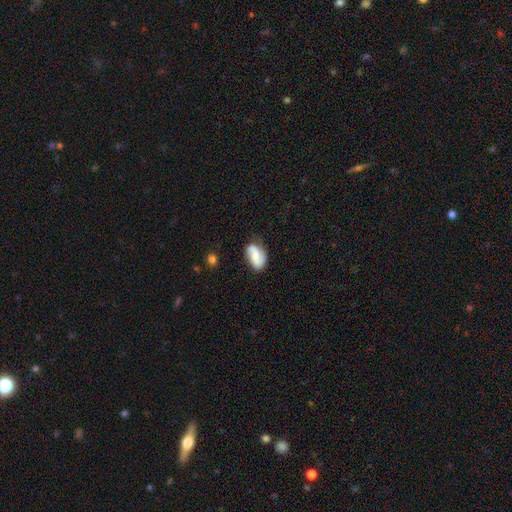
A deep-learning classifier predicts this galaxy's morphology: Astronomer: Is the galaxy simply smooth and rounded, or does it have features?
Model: featured or disk — 61%.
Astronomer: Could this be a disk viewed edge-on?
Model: no — 97%.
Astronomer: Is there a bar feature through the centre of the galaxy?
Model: no — 44% (runner-up: weak, 40%).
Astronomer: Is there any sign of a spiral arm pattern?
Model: yes — 93%.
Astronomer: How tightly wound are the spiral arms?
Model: loose — 47% (runner-up: medium, 35%).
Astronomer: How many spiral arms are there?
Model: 2 — 84%.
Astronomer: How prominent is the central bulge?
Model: small — 34% (runner-up: moderate, 33%).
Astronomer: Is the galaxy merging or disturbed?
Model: none — 68%.